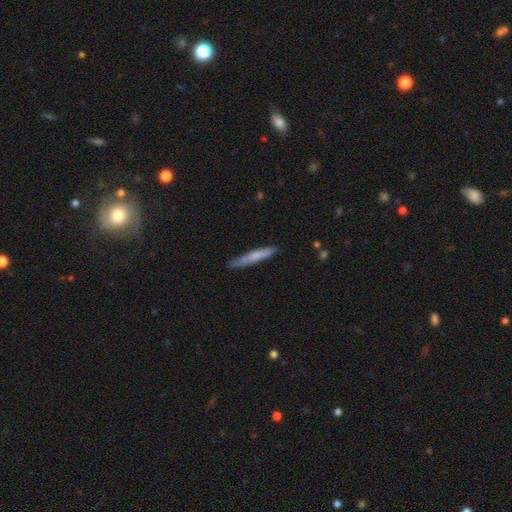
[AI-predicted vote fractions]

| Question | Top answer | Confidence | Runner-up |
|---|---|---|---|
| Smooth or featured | smooth | 66% | featured or disk (28%) |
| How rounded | cigar-shaped | 95% | in between (4%) |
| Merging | none | 84% | minor disturbance (12%) |